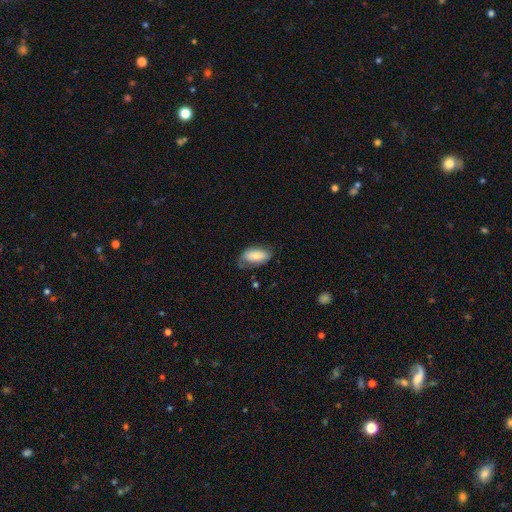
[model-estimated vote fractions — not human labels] A smooth galaxy with no disk features (74%) that is in between round and cigar-shaped (90%). Merging: none (58%).